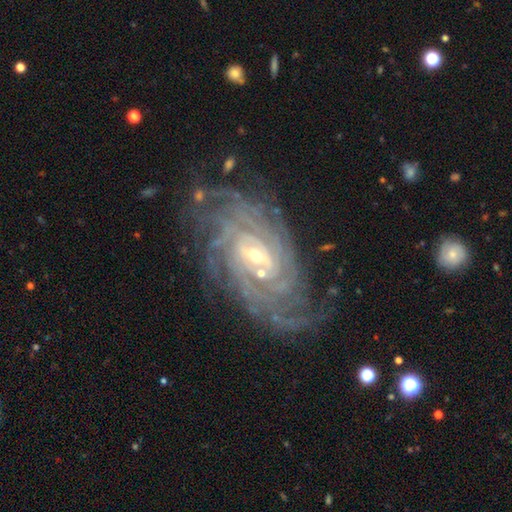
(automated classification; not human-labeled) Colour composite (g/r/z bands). It shows a featured or disk galaxy (90%) with a weak bar (46%), tight (78%) spiral arms (98%) and a small central bulge (61%). Merging: none (76%).